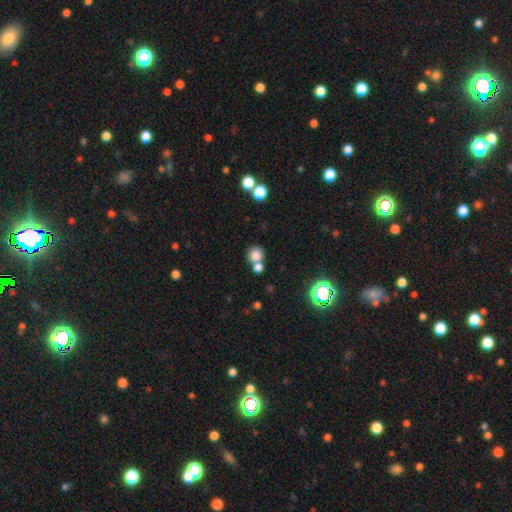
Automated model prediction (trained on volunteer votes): smooth 79%, star or artifact 14%, featured or disk 8%. Down the decision tree: how rounded — round (86%); merging — none (51%).